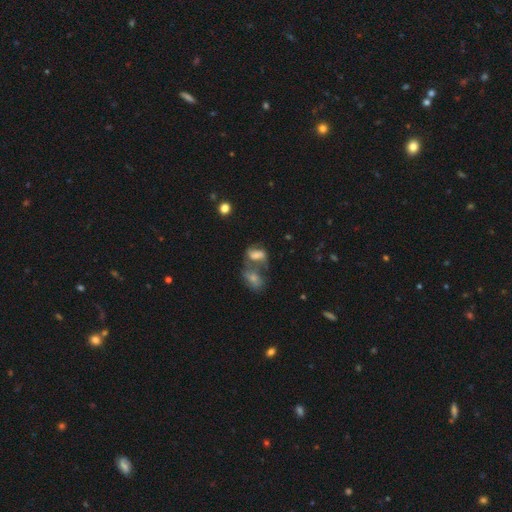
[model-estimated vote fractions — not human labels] Smooth or featured: smooth — 53% (featured or disk — 33%)
How rounded: in between — 82% (round — 15%)
Merging: merger — 58% (none — 20%)